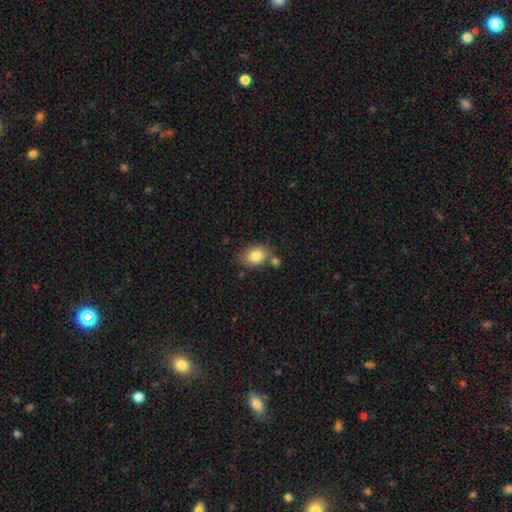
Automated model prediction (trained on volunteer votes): Smooth or featured?
  - smooth: 83% *
  - featured or disk: 9%
  - star or artifact: 8%
How rounded?
  - in between: 73% *
  - round: 25%
  - cigar-shaped: 1%
Merging?
  - none: 64% *
  - merger: 17%
  - minor disturbance: 15%
  - major disturbance: 4%